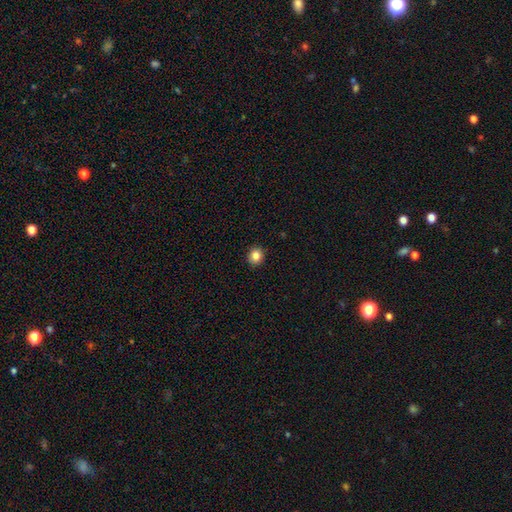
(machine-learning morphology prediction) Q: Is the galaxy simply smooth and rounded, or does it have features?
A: smooth — 84%.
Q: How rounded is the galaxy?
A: round — 79%.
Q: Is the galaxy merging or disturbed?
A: none — 92%.